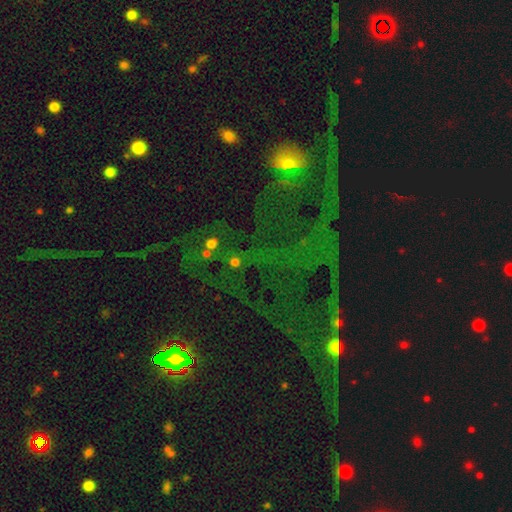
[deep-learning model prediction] Smooth or featured? star or artifact (74%)